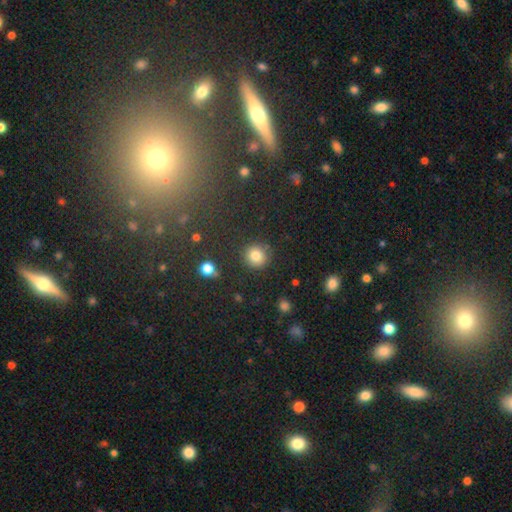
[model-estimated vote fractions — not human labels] Smooth or featured?
  - smooth: 82% *
  - star or artifact: 12%
  - featured or disk: 6%
How rounded?
  - round: 92% *
  - in between: 7%
  - cigar-shaped: 1%
Merging?
  - none: 86% *
  - minor disturbance: 8%
  - major disturbance: 3%
  - merger: 3%